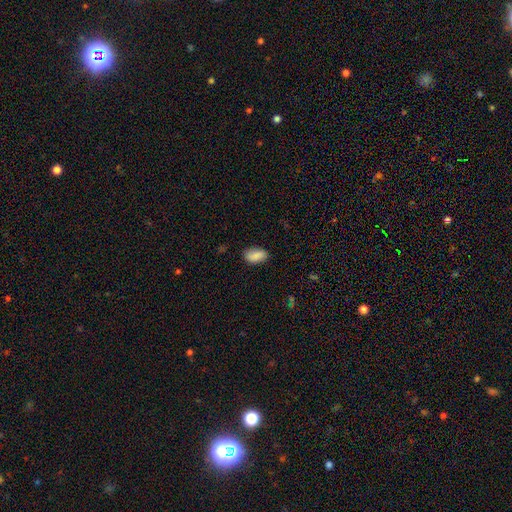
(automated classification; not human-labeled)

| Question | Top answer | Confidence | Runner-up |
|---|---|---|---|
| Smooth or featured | smooth | 88% | star or artifact (7%) |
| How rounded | in between | 93% | round (4%) |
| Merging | none | 81% | minor disturbance (15%) |